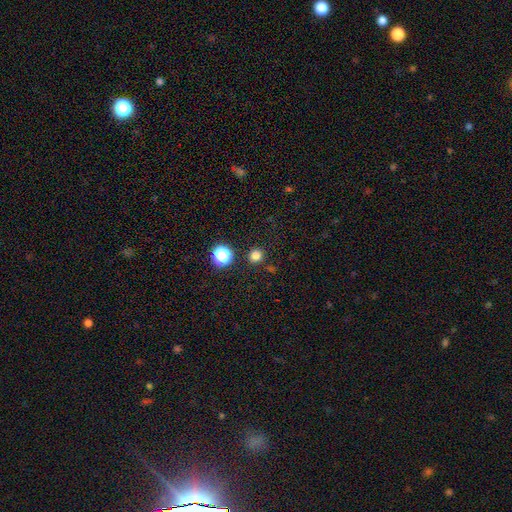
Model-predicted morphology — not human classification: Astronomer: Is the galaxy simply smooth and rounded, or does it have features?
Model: smooth — 79%.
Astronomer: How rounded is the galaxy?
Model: round — 94%.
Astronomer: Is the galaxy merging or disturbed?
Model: none — 90%.